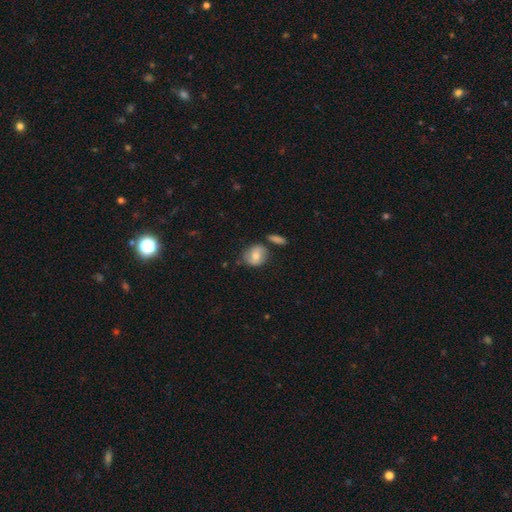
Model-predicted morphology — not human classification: type=smooth (71%); roundness=round (63%); merging=none (64%).